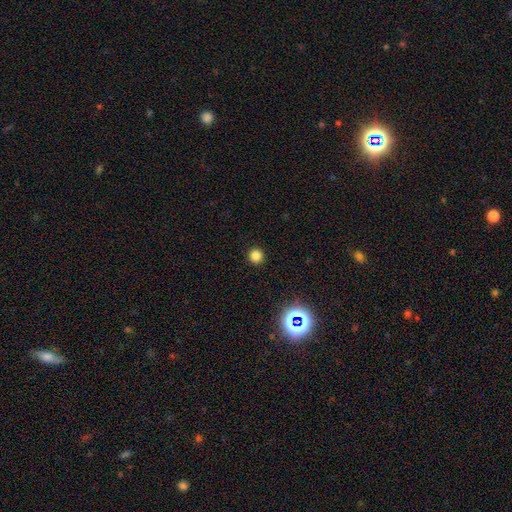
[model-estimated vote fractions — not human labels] This appears to be a smooth galaxy with no disk features (80%) that is round (95%). Merging: none (93%).